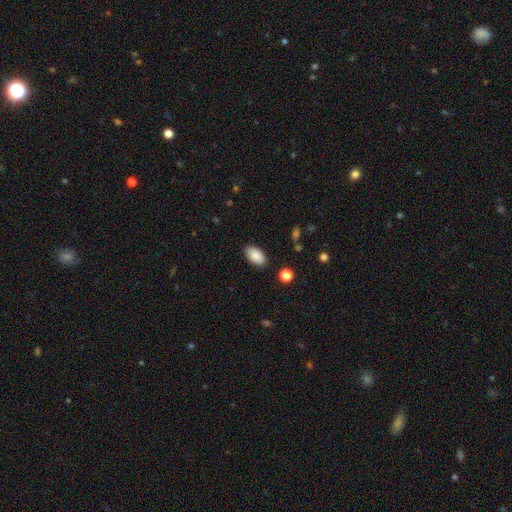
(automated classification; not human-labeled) Smooth or featured: smooth — 88% (star or artifact — 7%)
How rounded: in between — 94% (round — 5%)
Merging: none — 86% (minor disturbance — 10%)